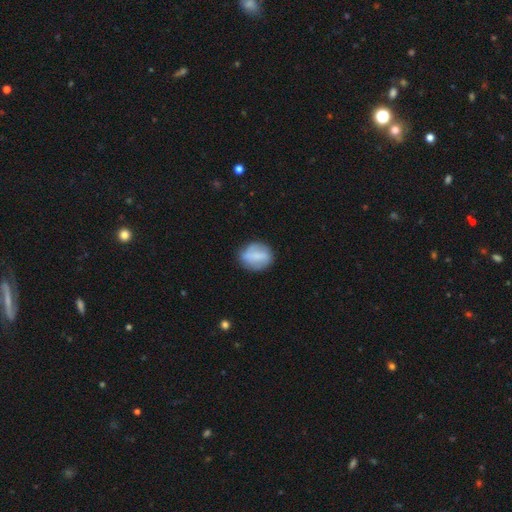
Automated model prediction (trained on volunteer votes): Morphology: type=smooth (59%); roundness=round (55%); merging=none (77%).